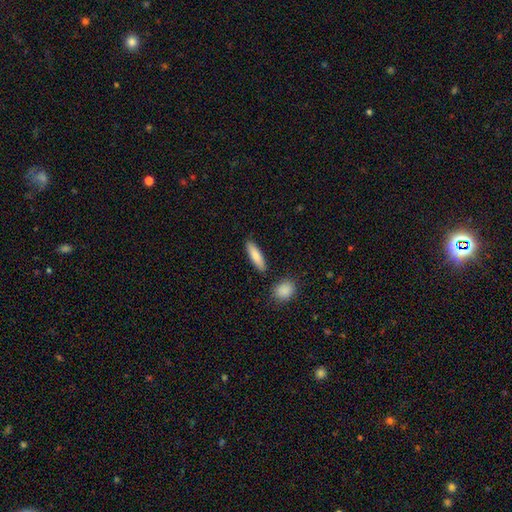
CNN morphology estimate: Smooth or featured?
  - smooth: 82% *
  - featured or disk: 12%
  - star or artifact: 6%
How rounded?
  - cigar-shaped: 66% *
  - in between: 32%
  - round: 2%
Merging?
  - none: 86% *
  - minor disturbance: 9%
  - merger: 4%
  - major disturbance: 2%